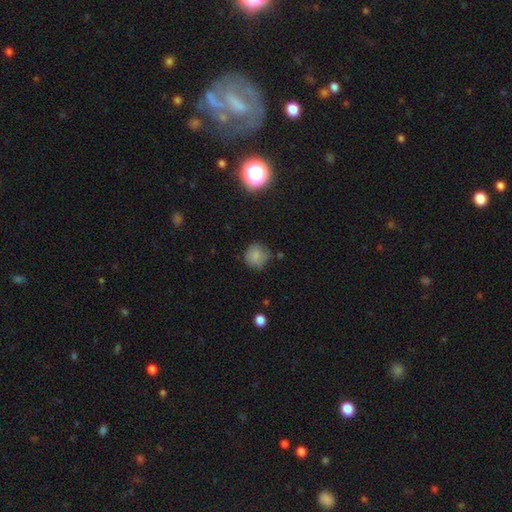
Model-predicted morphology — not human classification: Smooth or featured? Predicted: smooth (p=0.79). How rounded? Predicted: round (p=0.88). Merging? Predicted: none (p=0.69).